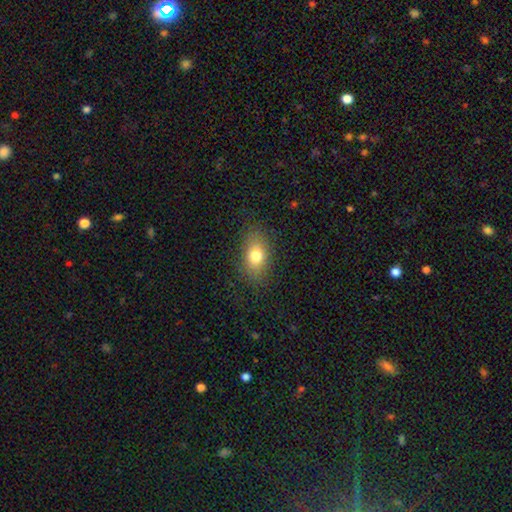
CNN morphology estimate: Q: Smooth or featured?
A: smooth (76%); runner-up: featured or disk (14%)
Q: How rounded?
A: in between (81%); runner-up: round (16%)
Q: Merging?
A: none (83%); runner-up: minor disturbance (12%)